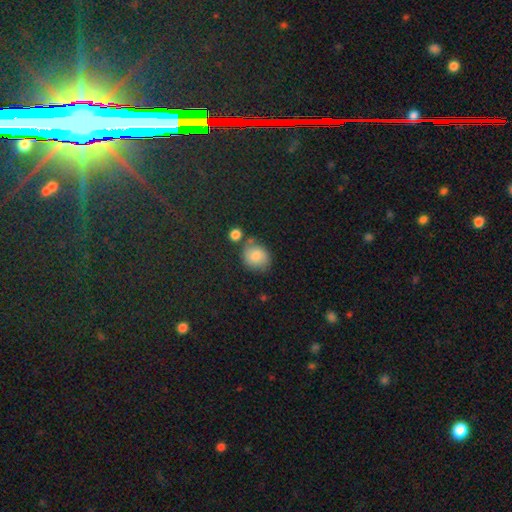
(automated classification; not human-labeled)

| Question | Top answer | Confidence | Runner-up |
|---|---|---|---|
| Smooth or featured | smooth | 75% | featured or disk (14%) |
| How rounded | round | 69% | in between (30%) |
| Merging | none | 63% | minor disturbance (21%) |